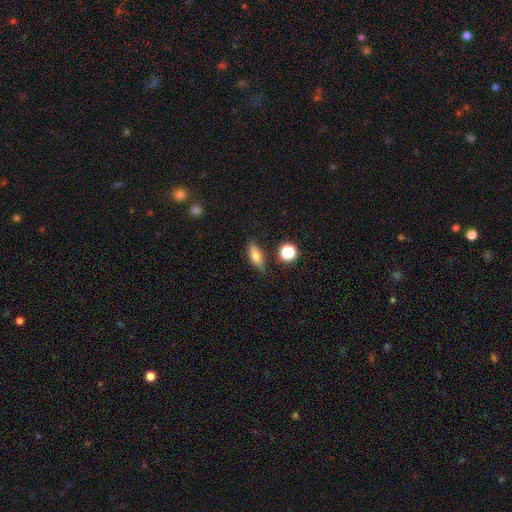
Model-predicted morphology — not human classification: Smooth or featured: smooth — 63% (featured or disk — 27%)
How rounded: in between — 63% (cigar-shaped — 30%)
Merging: none — 80% (minor disturbance — 14%)